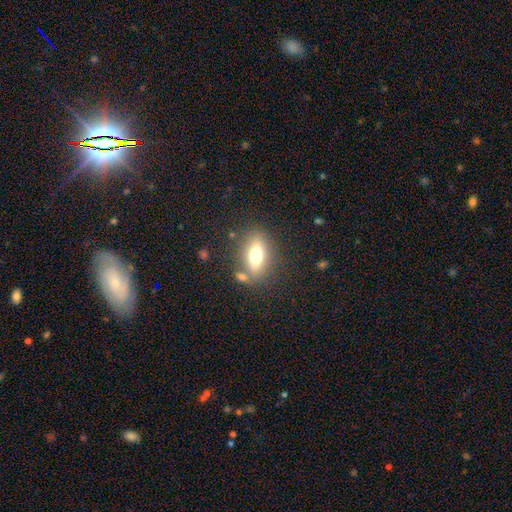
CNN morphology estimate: The model was most divided on "smooth or featured": smooth: 63%, featured or disk: 28%, star or artifact: 9%. More confident: merging — none (74%); how rounded — in between (71%).